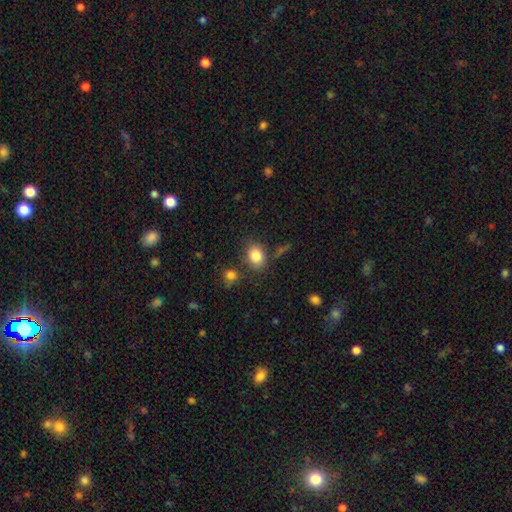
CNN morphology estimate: A smooth galaxy with no disk features (84%) that is in between round and cigar-shaped (54%). Merging: none (74%).